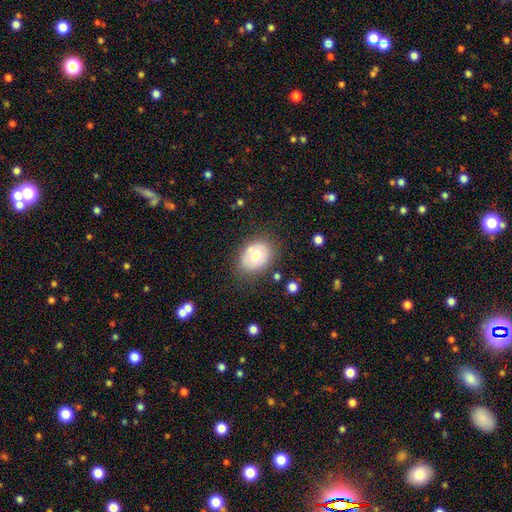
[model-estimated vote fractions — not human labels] The model was most divided on "how rounded": in between: 59%, round: 40%, cigar-shaped: 1%. More confident: merging — none (76%); smooth or featured — smooth (64%).